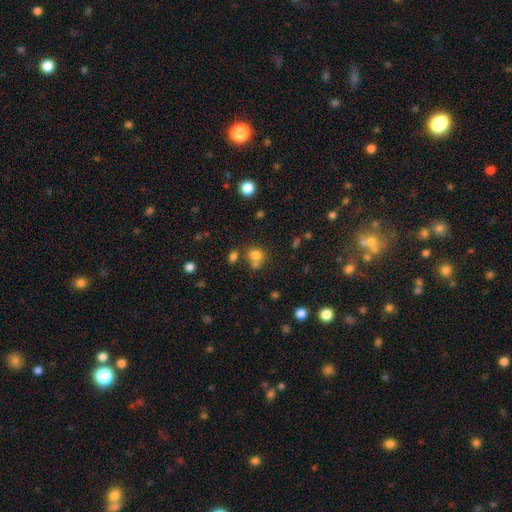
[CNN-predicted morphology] type=smooth (77%); roundness=round (70%); merging=none (52%).